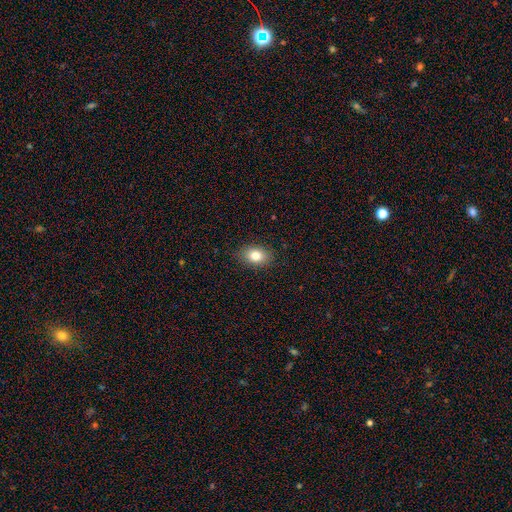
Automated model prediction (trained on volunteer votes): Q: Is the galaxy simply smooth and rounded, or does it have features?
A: smooth — 82%.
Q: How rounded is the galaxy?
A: in between — 79%.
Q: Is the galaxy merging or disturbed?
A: none — 87%.